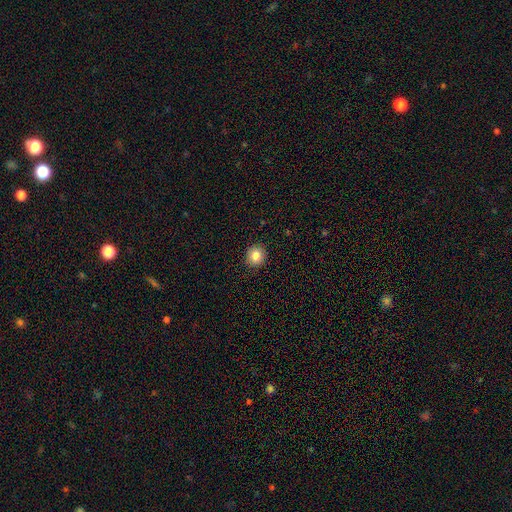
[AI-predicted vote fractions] A smooth galaxy with no disk features (83%) that is round (87%). Merging: none (91%).